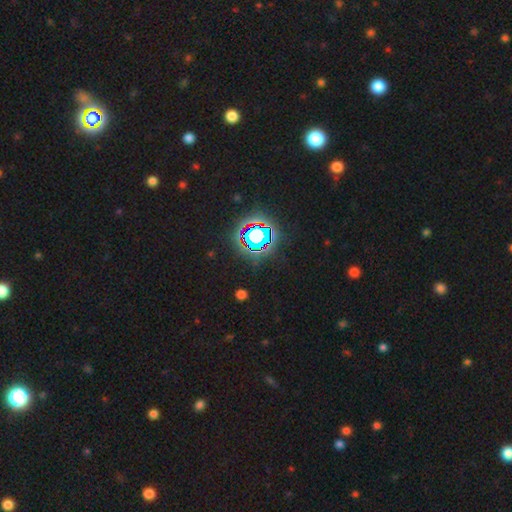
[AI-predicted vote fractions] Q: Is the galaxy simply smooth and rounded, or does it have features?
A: star or artifact — 78%.